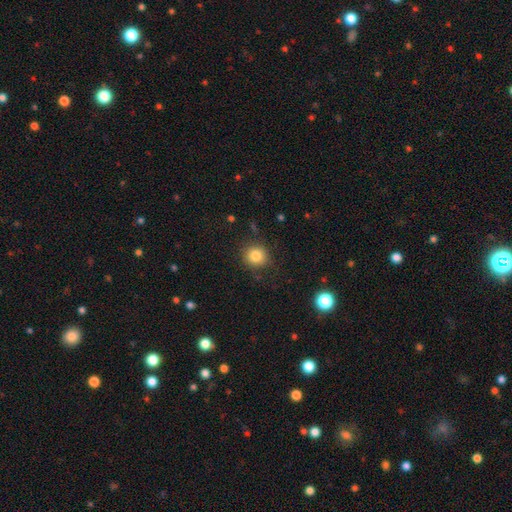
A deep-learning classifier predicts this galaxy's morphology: The model was most divided on "smooth or featured": smooth: 83%, star or artifact: 11%, featured or disk: 6%. More confident: how rounded — round (90%); merging — none (87%).